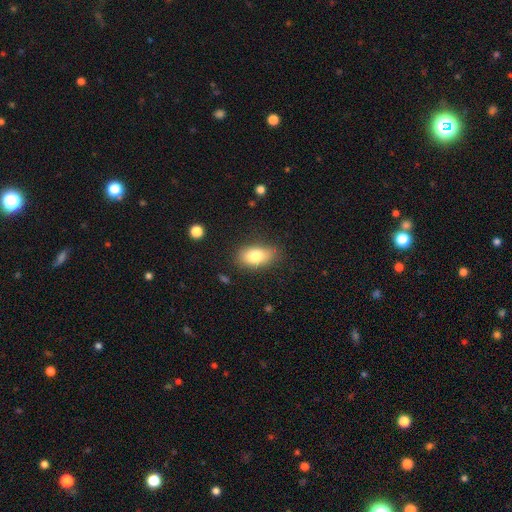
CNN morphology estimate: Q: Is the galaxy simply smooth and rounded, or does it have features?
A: smooth — 78%.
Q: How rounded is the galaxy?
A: in between — 88%.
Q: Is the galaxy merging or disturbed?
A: none — 76%.